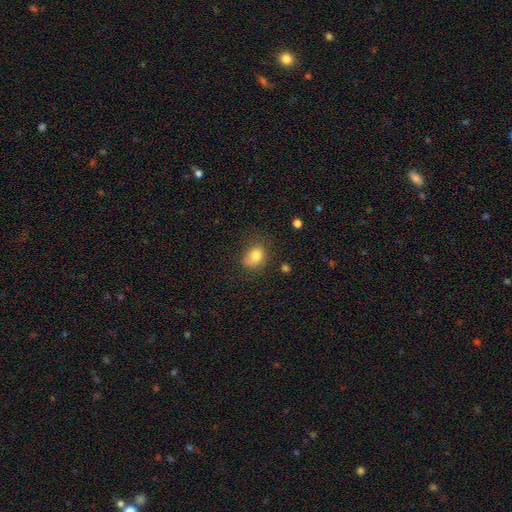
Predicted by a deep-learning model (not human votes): This appears to be a smooth galaxy with no disk features (80%) that is in between round and cigar-shaped (59%). Merging: none (57%).